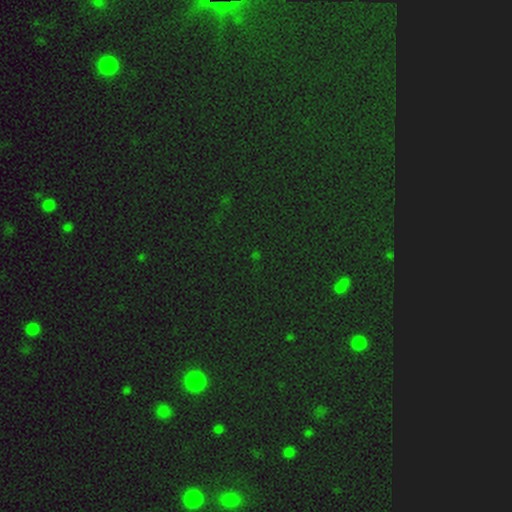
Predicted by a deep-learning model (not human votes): smooth_or_featured: star or artifact (p=0.73) [alt: smooth p=0.19]